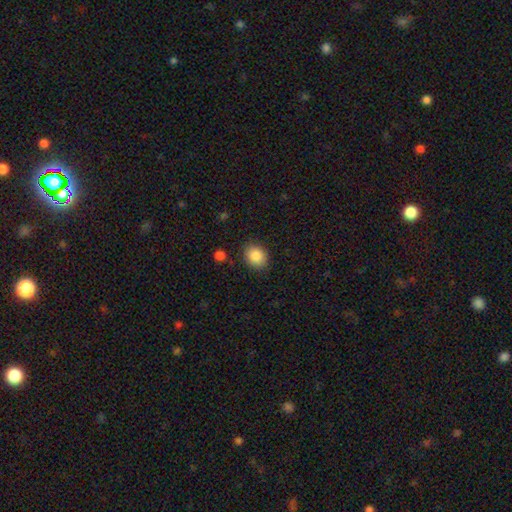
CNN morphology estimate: A smooth galaxy with no disk features (85%) that is round (51%).

Vote fractions:
- Smooth or featured? smooth: 85% / star or artifact: 8% / featured or disk: 6%
- How rounded? round: 51% / in between: 48% / cigar-shaped: 1%
- Merging? none: 87% / minor disturbance: 9% / major disturbance: 2% / merger: 2%